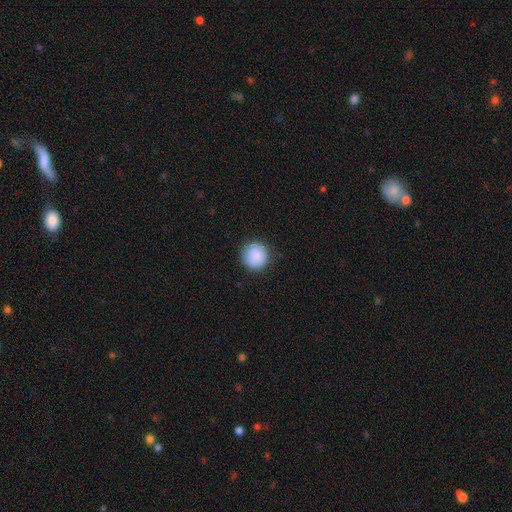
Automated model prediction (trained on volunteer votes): smooth 89%, star or artifact 7%, featured or disk 4%. Down the decision tree: how rounded — round (93%); merging — none (88%).